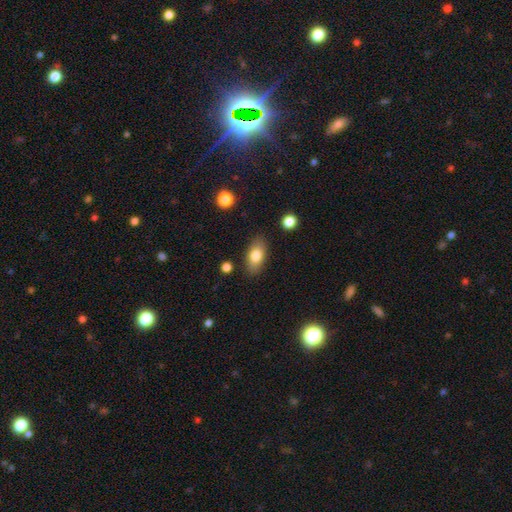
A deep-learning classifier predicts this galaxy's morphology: Smooth or featured? Predicted: smooth (p=0.80). How rounded? Predicted: in between (p=0.88). Merging? Predicted: none (p=0.84).